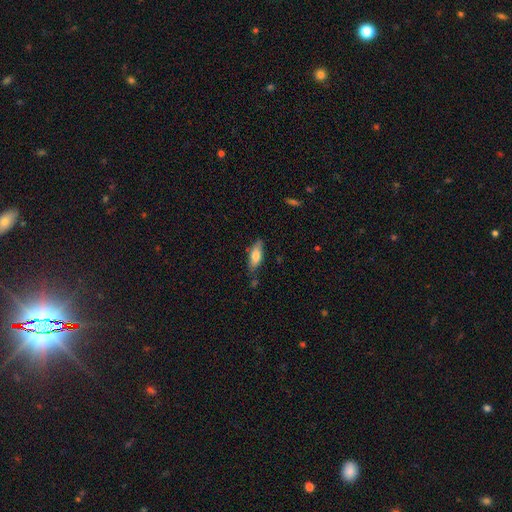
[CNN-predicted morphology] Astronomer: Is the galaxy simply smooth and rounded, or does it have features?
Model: smooth — 70%.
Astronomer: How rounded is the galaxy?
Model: in between — 69%.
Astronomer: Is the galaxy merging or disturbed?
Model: none — 74%.